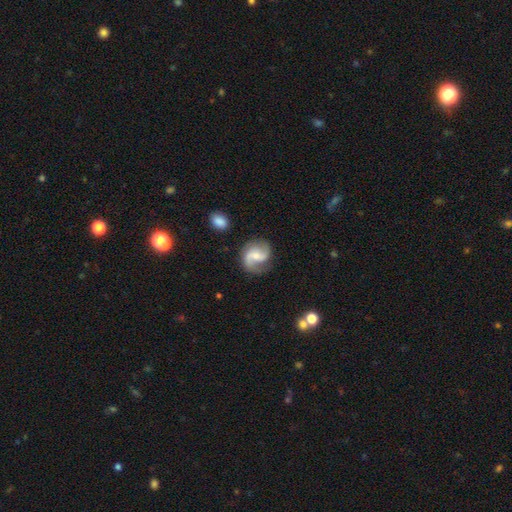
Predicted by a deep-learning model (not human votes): smooth-or-featured: featured or disk: 81% | smooth: 13% | star or artifact: 6%
  disk-edge-on: no: 98% | yes: 2%
    bar: no: 46% | weak: 42% | strong: 11%
    has-spiral-arms: yes: 96% | no: 4%
      spiral-winding: medium: 45% | loose: 42% | tight: 13%
      spiral-arm-count: 2: 86% | 1: 6% | can't tell: 4% | 3: 2% | 4: 1% | more than 4: 1%
    bulge-size: small: 50% | moderate: 40% | none: 6% | large: 3% | dominant: 1%
  merging: none: 74% | minor disturbance: 16% | major disturbance: 7% | merger: 3%